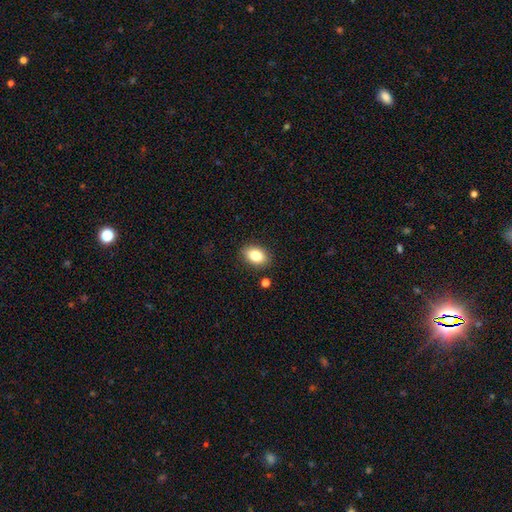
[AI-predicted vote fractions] Smooth or featured? smooth (83%)
How rounded? in between (85%)
Merging? none (87%)